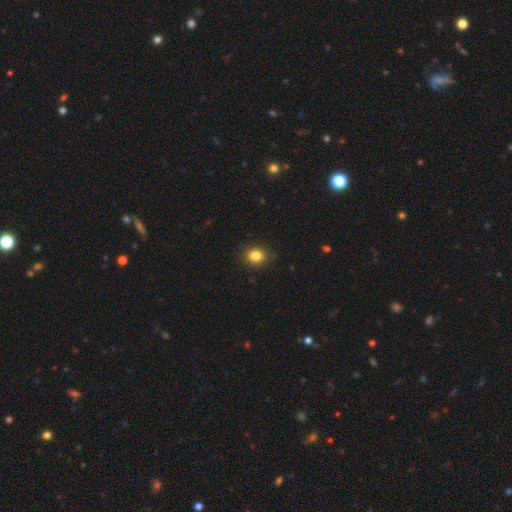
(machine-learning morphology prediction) Smooth or featured? smooth (84%)
How rounded? round (62%)
Merging? none (88%)